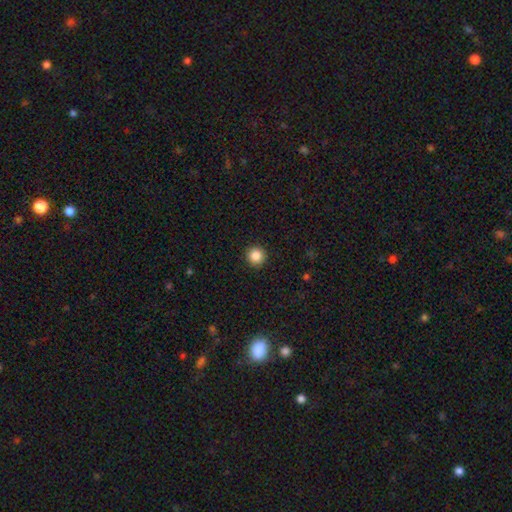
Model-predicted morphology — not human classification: smooth-or-featured: smooth: 86% | star or artifact: 10% | featured or disk: 3%
  how-rounded: round: 96% | in between: 3% | cigar-shaped: 1%
  merging: none: 93% | minor disturbance: 5% | major disturbance: 2% | merger: 1%